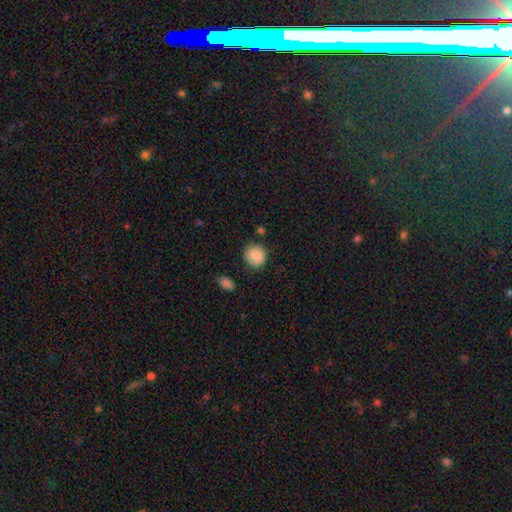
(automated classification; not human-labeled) Smooth or featured: smooth — 84% (featured or disk — 9%)
How rounded: round — 88% (in between — 11%)
Merging: none — 81% (minor disturbance — 13%)